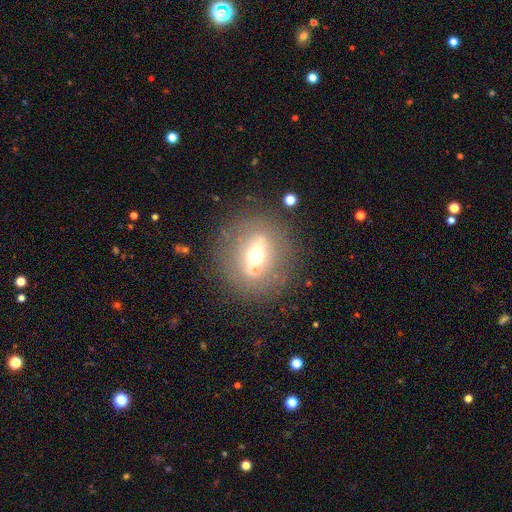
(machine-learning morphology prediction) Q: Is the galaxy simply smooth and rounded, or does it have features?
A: featured or disk — 44%.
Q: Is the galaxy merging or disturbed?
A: none — 73%.